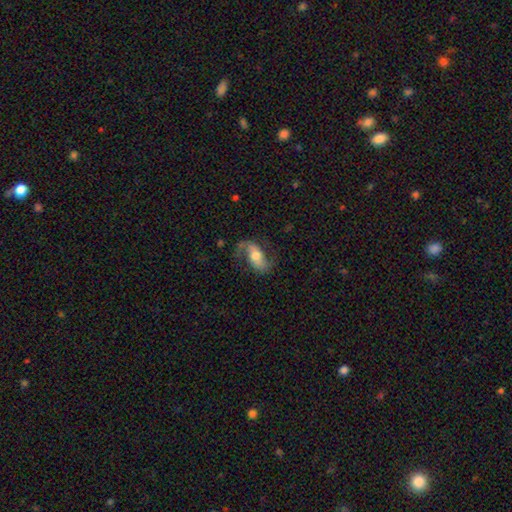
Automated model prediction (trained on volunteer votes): Overall: featured or disk (68%). Edge-on disk: no (91%). Bar: no (40%; weak 32%). Spiral arms: yes (89%). Spiral arm count: 2 (87%). Spiral winding: loose (66%; medium 26%). Bulge size: moderate (64%). Merging: none (66%).